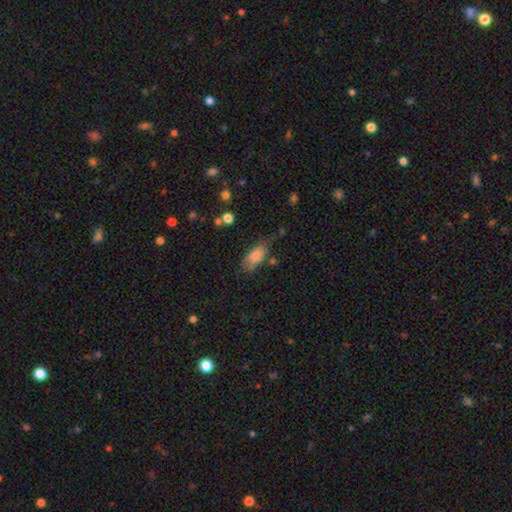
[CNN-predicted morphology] Q: Smooth or featured?
A: smooth (77%); runner-up: featured or disk (14%)
Q: How rounded?
A: in between (84%); runner-up: cigar-shaped (12%)
Q: Merging?
A: none (54%); runner-up: minor disturbance (30%)